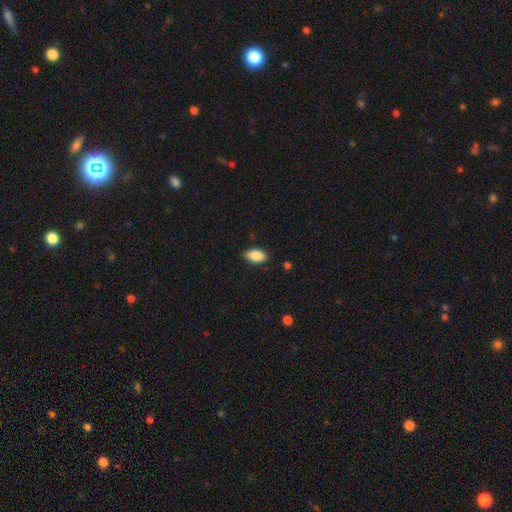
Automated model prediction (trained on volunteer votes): smooth-or-featured: smooth: 85% | featured or disk: 8% | star or artifact: 7%
  how-rounded: in between: 92% | round: 4% | cigar-shaped: 3%
  merging: none: 84% | minor disturbance: 13% | major disturbance: 2% | merger: 1%